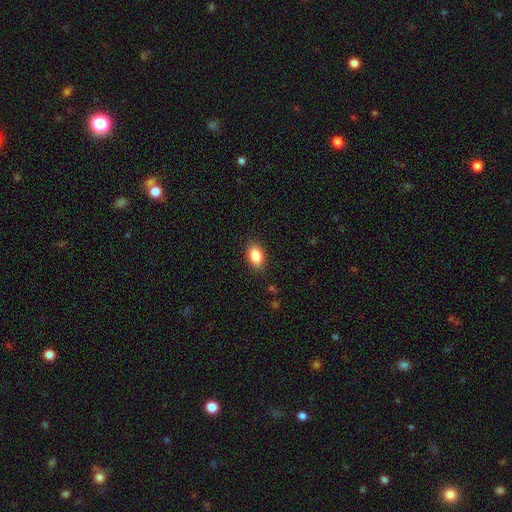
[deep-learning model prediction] A smooth galaxy with no disk features (86%) that is in between round and cigar-shaped (88%). Merging: none (88%).